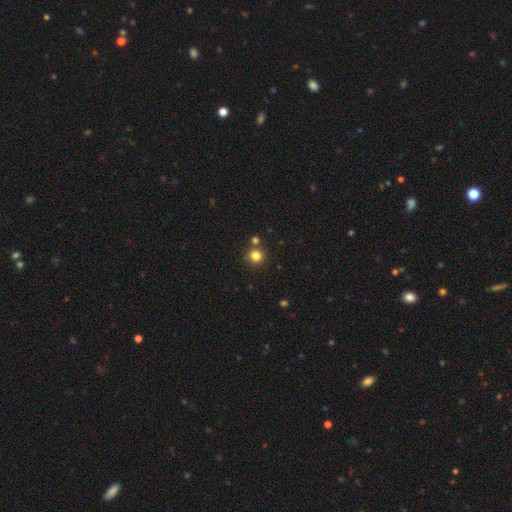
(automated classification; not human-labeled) smooth-or-featured: smooth: 81% | star or artifact: 14% | featured or disk: 5%
  how-rounded: round: 92% | in between: 7% | cigar-shaped: 1%
  merging: none: 80% | merger: 10% | minor disturbance: 8% | major disturbance: 2%